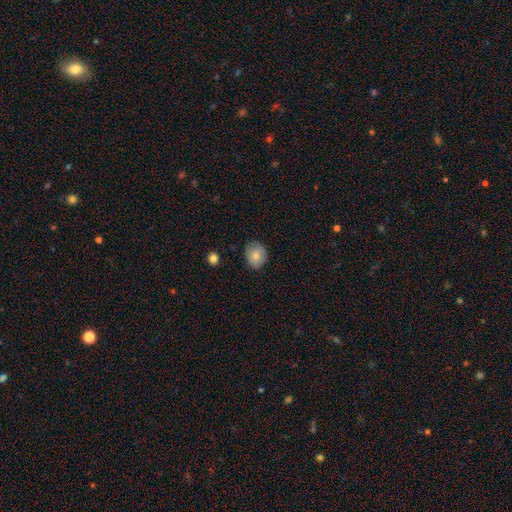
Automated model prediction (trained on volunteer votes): Smooth or featured?
  - smooth: 79% *
  - featured or disk: 13%
  - star or artifact: 8%
How rounded?
  - round: 60% *
  - in between: 39%
  - cigar-shaped: 1%
Merging?
  - none: 79% *
  - minor disturbance: 16%
  - major disturbance: 3%
  - merger: 1%